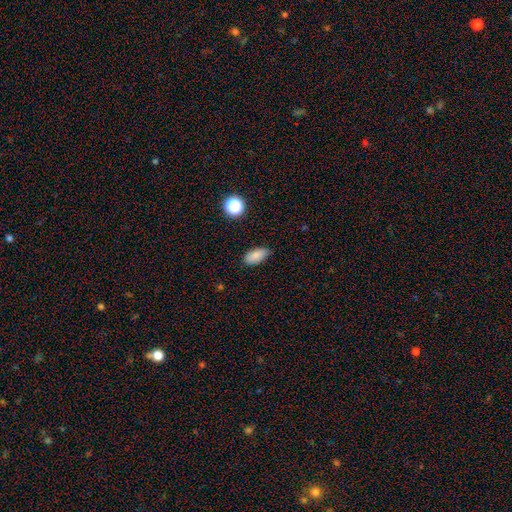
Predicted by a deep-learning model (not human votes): A smooth galaxy with no disk features (85%) that is in between round and cigar-shaped (88%). Merging: none (84%).